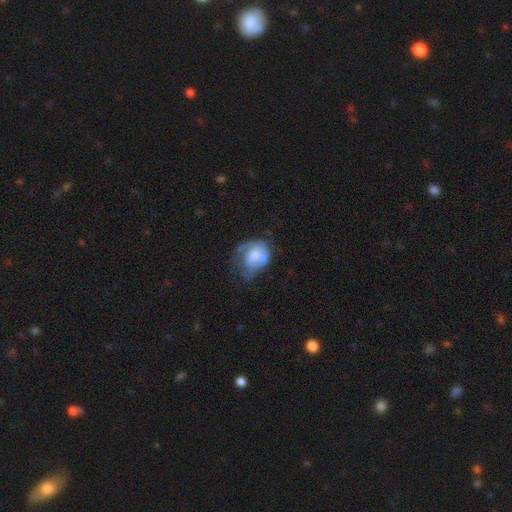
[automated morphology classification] featured or disk 49%, smooth 43%, star or artifact 8%. Down the decision tree: merging — major disturbance (37%).